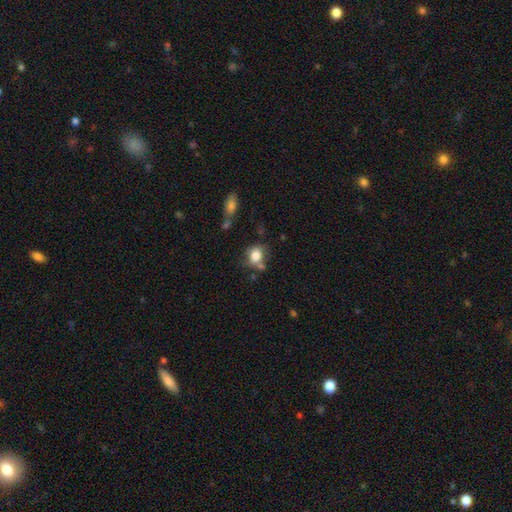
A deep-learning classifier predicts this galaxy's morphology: smooth-or-featured: smooth: 81% | star or artifact: 10% | featured or disk: 10%
  how-rounded: round: 56% | in between: 43% | cigar-shaped: 1%
  merging: none: 55% | minor disturbance: 20% | merger: 18% | major disturbance: 7%